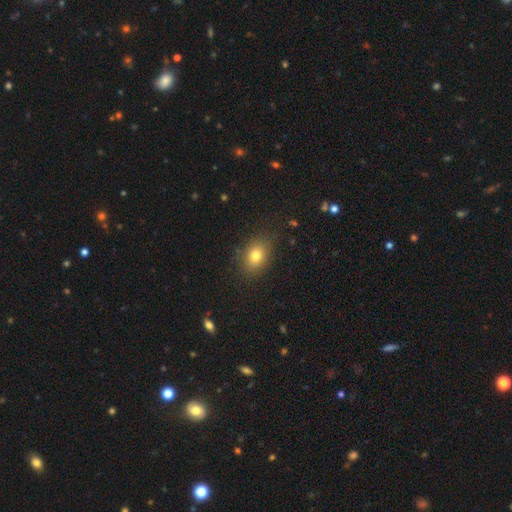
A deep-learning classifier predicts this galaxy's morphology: Smooth or featured? Predicted: smooth (p=0.78). How rounded? Predicted: in between (p=0.64). Merging? Predicted: none (p=0.84).